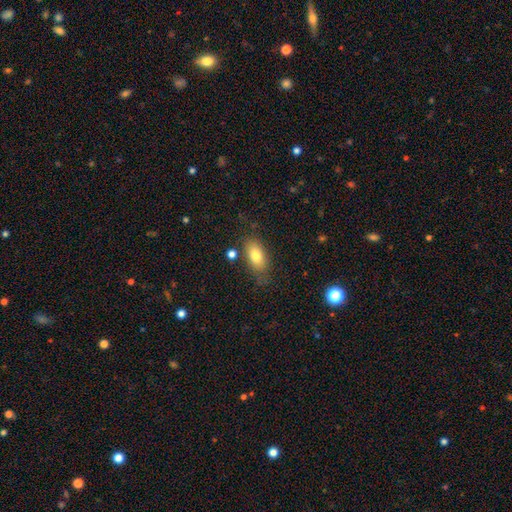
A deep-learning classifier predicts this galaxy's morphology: Smooth or featured?
  - smooth: 79% *
  - featured or disk: 13%
  - star or artifact: 8%
How rounded?
  - in between: 87% *
  - cigar-shaped: 7%
  - round: 6%
Merging?
  - none: 73% *
  - minor disturbance: 17%
  - major disturbance: 5%
  - merger: 5%